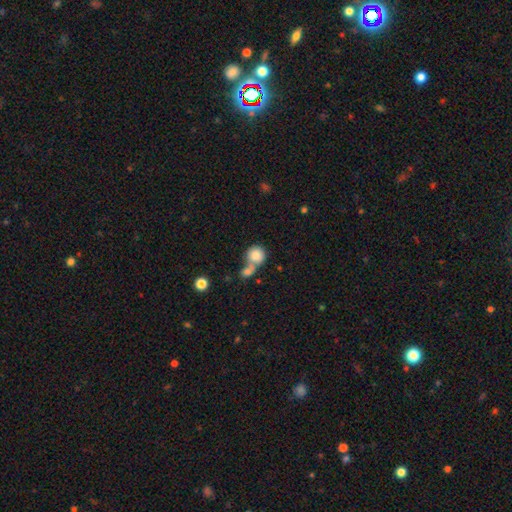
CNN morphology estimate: This appears to be a smooth galaxy with no disk features (81%) that is round (86%). Merging: merger (52%).